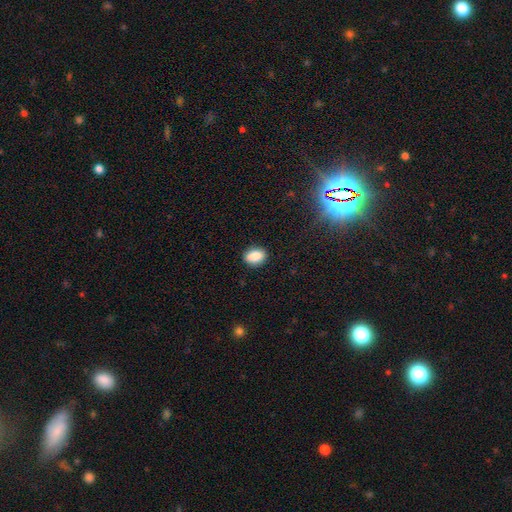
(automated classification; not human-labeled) This appears to be a smooth galaxy with no disk features (86%) that is in between round and cigar-shaped (76%). Merging: none (89%).